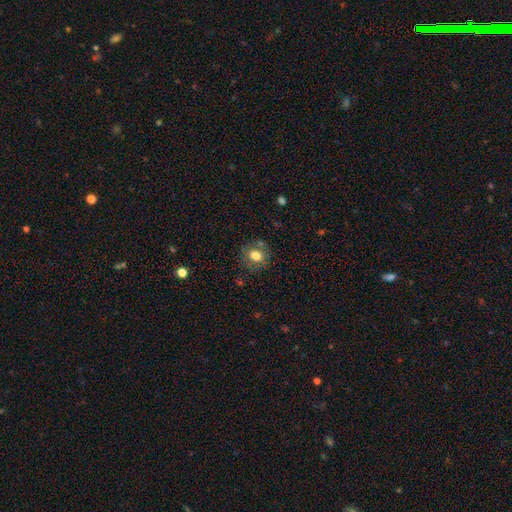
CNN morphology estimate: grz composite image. It shows a smooth galaxy with no disk features (75%) that is round (65%). Merging: none (75%).